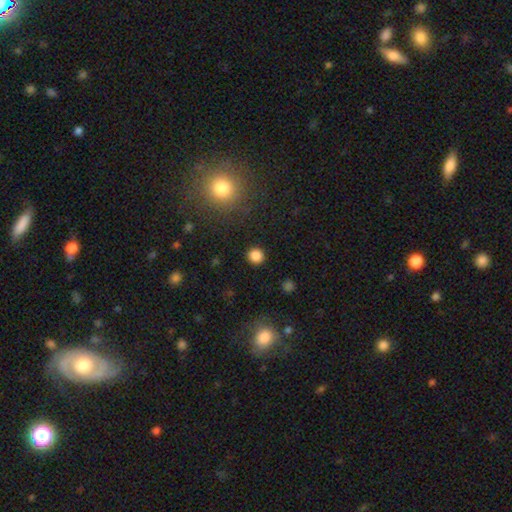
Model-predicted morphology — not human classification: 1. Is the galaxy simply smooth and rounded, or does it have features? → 85% smooth, 12% star or artifact, 3% featured or disk.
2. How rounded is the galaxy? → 93% round, 6% in between, 1% cigar-shaped.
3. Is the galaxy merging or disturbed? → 92% none, 5% minor disturbance, 2% major disturbance, 1% merger.